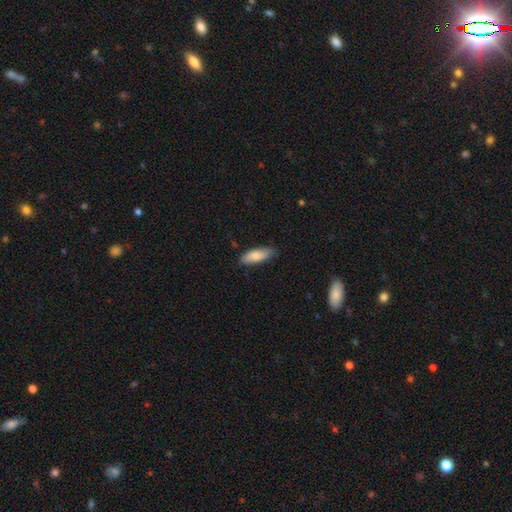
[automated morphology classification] smooth-or-featured: smooth: 80% | featured or disk: 14% | star or artifact: 6%
  how-rounded: in between: 62% | cigar-shaped: 37% | round: 2%
  merging: none: 80% | minor disturbance: 16% | major disturbance: 2% | merger: 1%